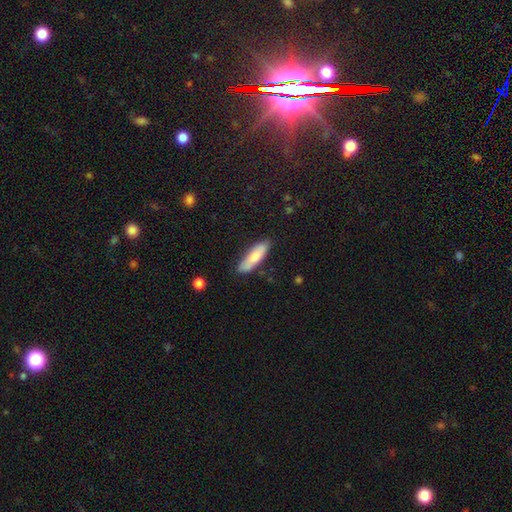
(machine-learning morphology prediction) smooth-or-featured: smooth: 79% | featured or disk: 16% | star or artifact: 6%
  how-rounded: cigar-shaped: 59% | in between: 40% | round: 2%
  merging: none: 81% | minor disturbance: 14% | major disturbance: 3% | merger: 2%